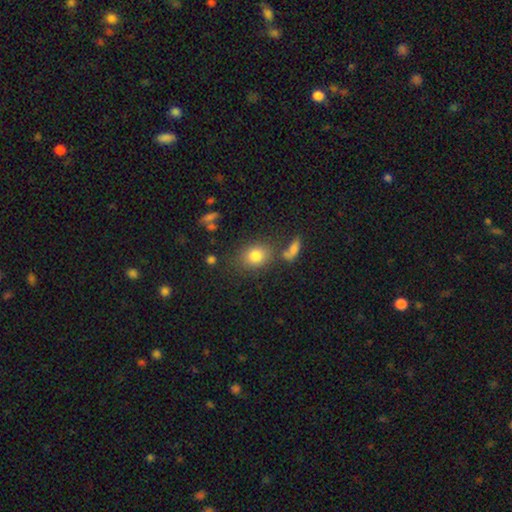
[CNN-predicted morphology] This appears to be a smooth galaxy with no disk features (82%) that is in between round and cigar-shaped (49%, tied with round). Merging: none (71%).